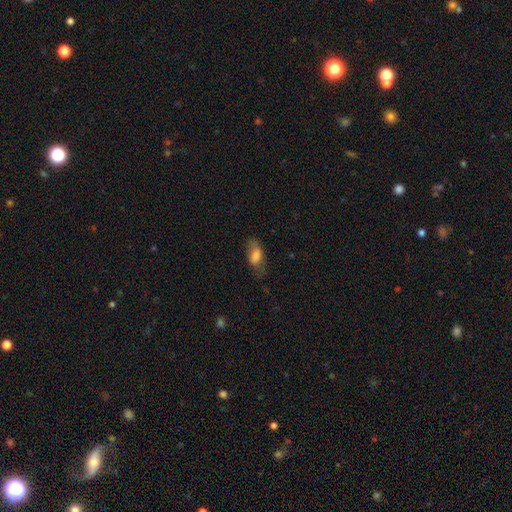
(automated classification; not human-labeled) smooth_or_featured: smooth (p=0.72) [alt: featured or disk p=0.19]
how_rounded: in between (p=0.86) [alt: cigar-shaped p=0.09]
merging: none (p=0.57) [alt: minor disturbance p=0.26]